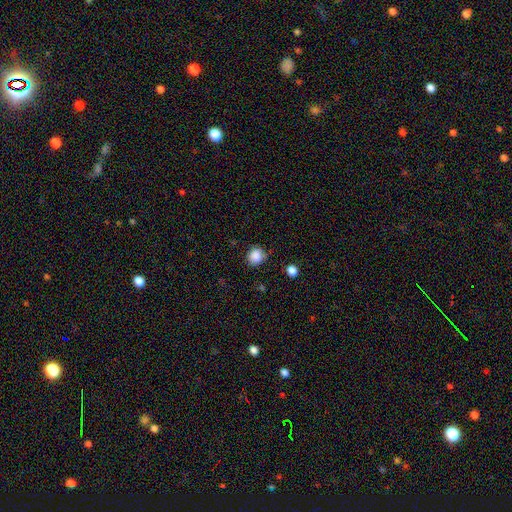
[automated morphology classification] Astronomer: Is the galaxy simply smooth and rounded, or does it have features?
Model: smooth — 87%.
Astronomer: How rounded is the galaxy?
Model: round — 83%.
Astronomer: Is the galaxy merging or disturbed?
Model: none — 76%.